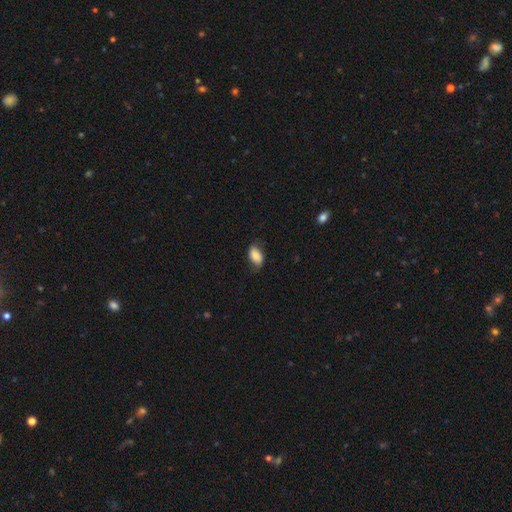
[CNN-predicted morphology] smooth_or_featured: smooth (p=0.76) [alt: featured or disk p=0.17]
how_rounded: in between (p=0.90) [alt: round p=0.07]
merging: none (p=0.64) [alt: minor disturbance p=0.26]